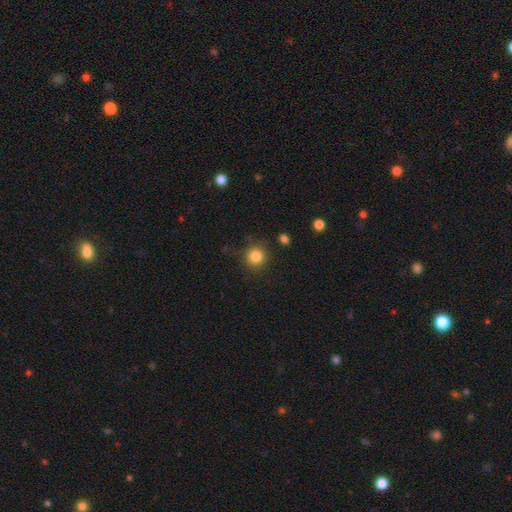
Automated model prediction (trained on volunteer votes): smooth-or-featured: smooth: 84% | star or artifact: 11% | featured or disk: 5%
  how-rounded: round: 93% | in between: 6% | cigar-shaped: 1%
  merging: none: 86% | minor disturbance: 9% | major disturbance: 3% | merger: 2%